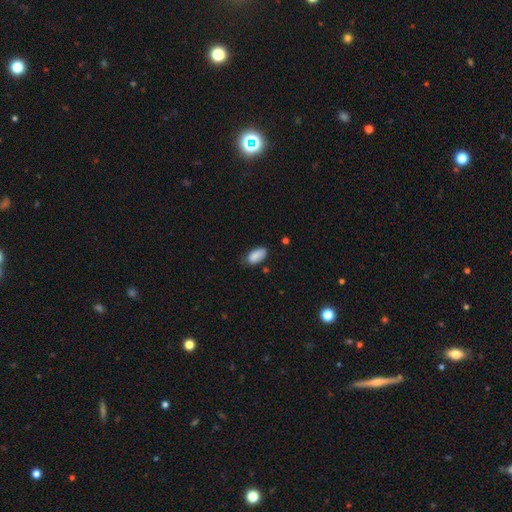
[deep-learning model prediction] smooth 87%, star or artifact 7%, featured or disk 6%. Down the decision tree: how rounded — in between (93%); merging — none (66%).